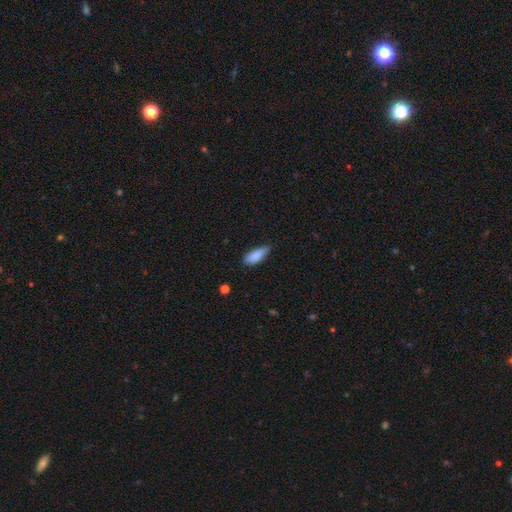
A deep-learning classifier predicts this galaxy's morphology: Overall: smooth (87%). How rounded: in between (74%). Merging: none (56%; minor disturbance 37%).